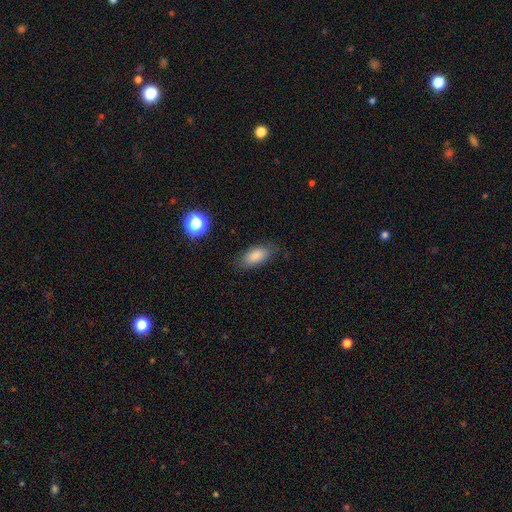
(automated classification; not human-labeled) This appears to be a smooth galaxy with no disk features (85%) that is in between round and cigar-shaped (87%). Merging: none (79%).